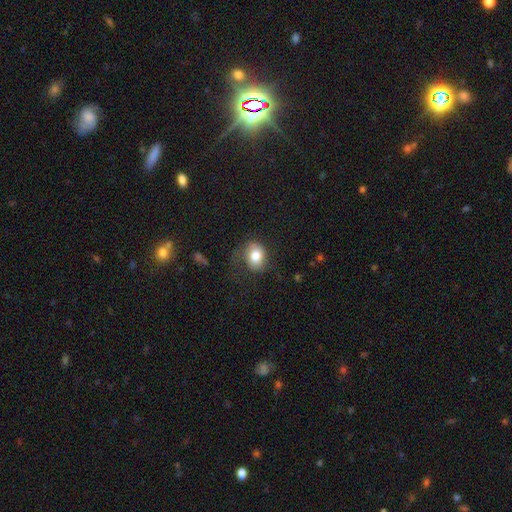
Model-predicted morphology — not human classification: A smooth galaxy with no disk features (78%) that is in between round and cigar-shaped (54%).

Vote fractions:
- Smooth or featured? smooth: 78% / featured or disk: 14% / star or artifact: 8%
- How rounded? in between: 54% / round: 45% / cigar-shaped: 1%
- Merging? none: 57% / minor disturbance: 25% / major disturbance: 17% / merger: 2%